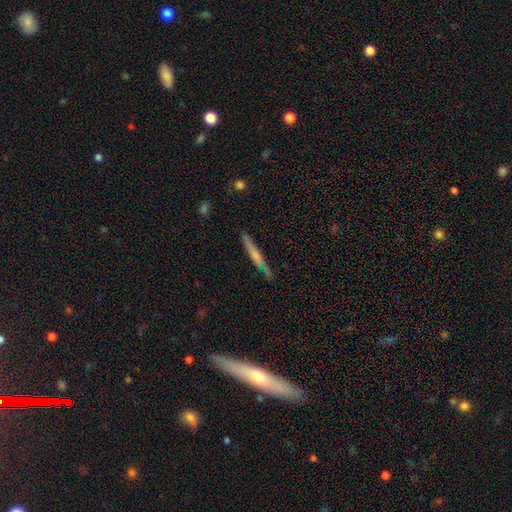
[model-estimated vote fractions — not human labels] smooth_or_featured: featured or disk (p=0.50) [alt: smooth p=0.42]
disk_edge_on: yes (p=0.94) [alt: no p=0.06]
merging: none (p=0.82) [alt: minor disturbance p=0.13]